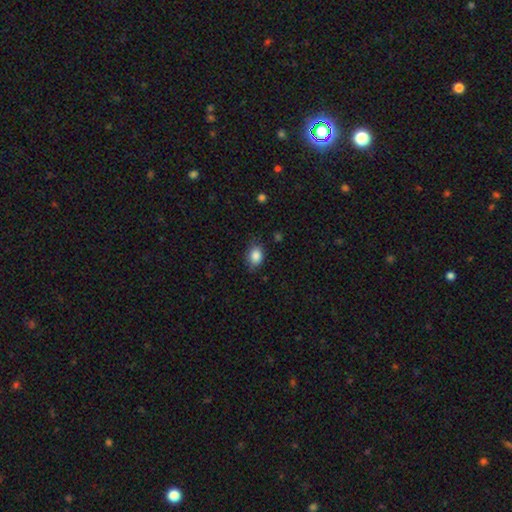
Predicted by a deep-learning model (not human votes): Smooth or featured? Predicted: smooth (p=0.86). How rounded? Predicted: in between (p=0.68). Merging? Predicted: none (p=0.75).